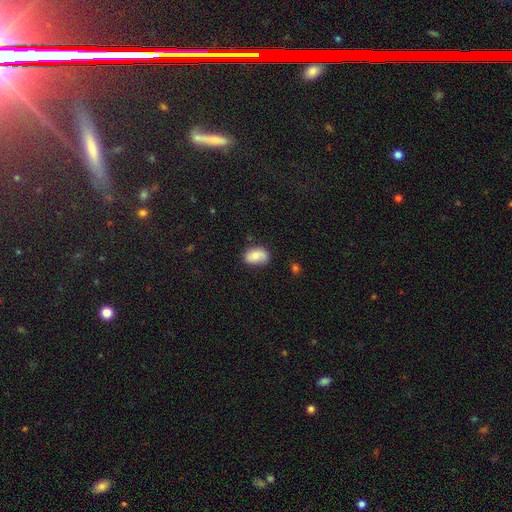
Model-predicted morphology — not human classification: This appears to be a smooth galaxy with no disk features (71%) that is in between round and cigar-shaped (85%). Merging: none (64%).